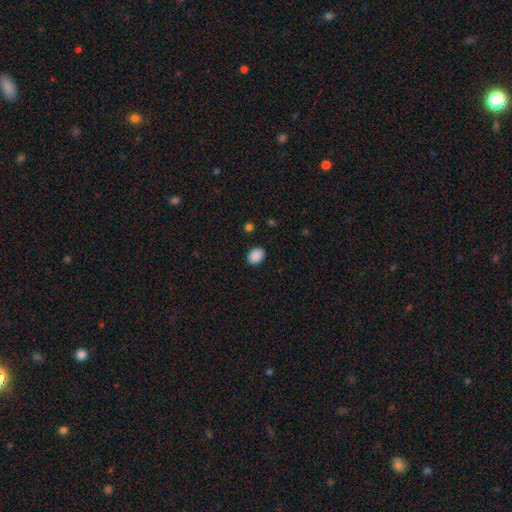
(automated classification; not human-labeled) Smooth or featured? Predicted: smooth (p=0.89). How rounded? Predicted: in between (p=0.62). Merging? Predicted: none (p=0.88).